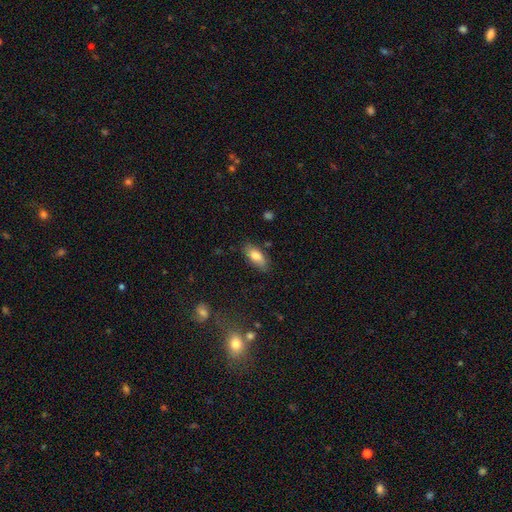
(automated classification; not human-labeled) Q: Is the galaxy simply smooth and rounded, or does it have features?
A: smooth — 82%.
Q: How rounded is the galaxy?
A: in between — 85%.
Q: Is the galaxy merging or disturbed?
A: none — 78%.